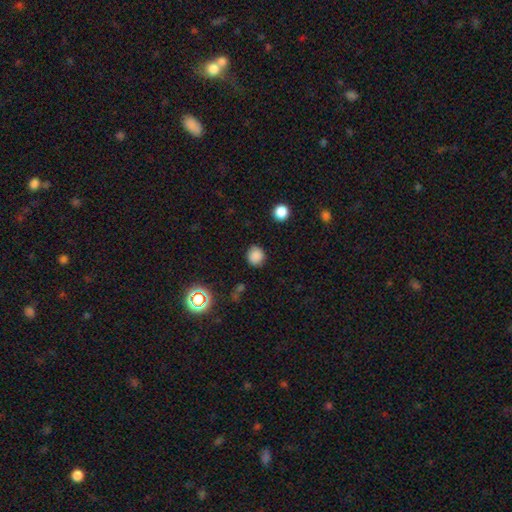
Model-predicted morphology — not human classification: A smooth galaxy with no disk features (84%) that is round (83%). Merging: none (86%).